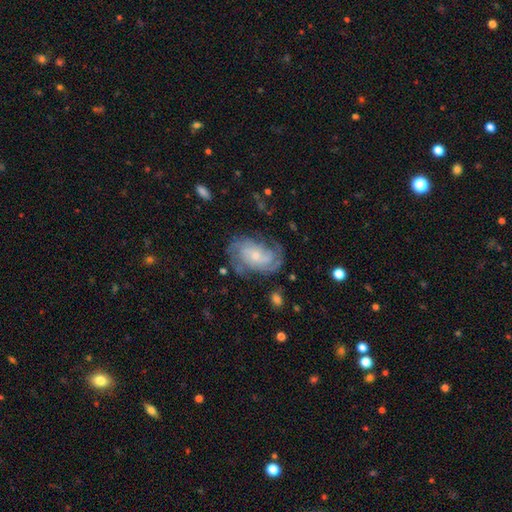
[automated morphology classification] Smooth or featured?
  - featured or disk: 83% *
  - smooth: 12%
  - star or artifact: 6%
Edge-on disk?
  - no: 97% *
  - yes: 3%
Bar?
  - no: 68% *
  - weak: 26%
  - strong: 6%
Spiral arms?
  - yes: 94% *
  - no: 6%
Spiral winding?
  - tight: 48% *
  - medium: 38%
  - loose: 14%
Spiral arm count?
  - 2: 35% *
  - can't tell: 27%
  - 3: 20%
  - 4: 8%
  - 1: 5%
  - more than 4: 5%
Bulge size?
  - small: 69% *
  - moderate: 24%
  - none: 4%
  - large: 2%
  - dominant: 1%
Merging?
  - none: 66% *
  - minor disturbance: 20%
  - major disturbance: 12%
  - merger: 2%